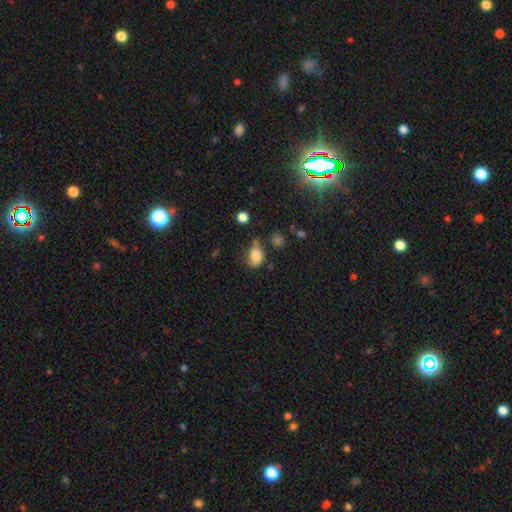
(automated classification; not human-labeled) A smooth galaxy with no disk features (80%) that is in between round and cigar-shaped (61%). Merging: none (43%).